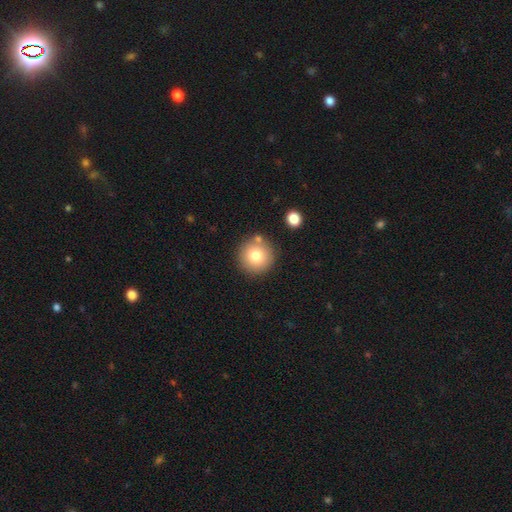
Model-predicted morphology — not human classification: Q: Smooth or featured?
A: smooth (77%); runner-up: featured or disk (12%)
Q: How rounded?
A: round (94%); runner-up: in between (5%)
Q: Merging?
A: none (81%); runner-up: minor disturbance (9%)